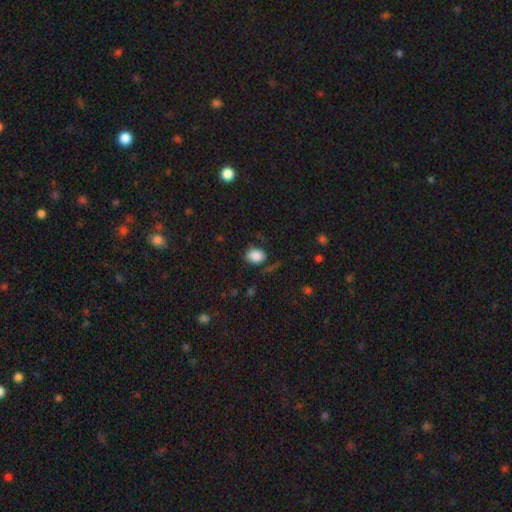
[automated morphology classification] type=smooth (85%); roundness=in between (66%); merging=none (70%).